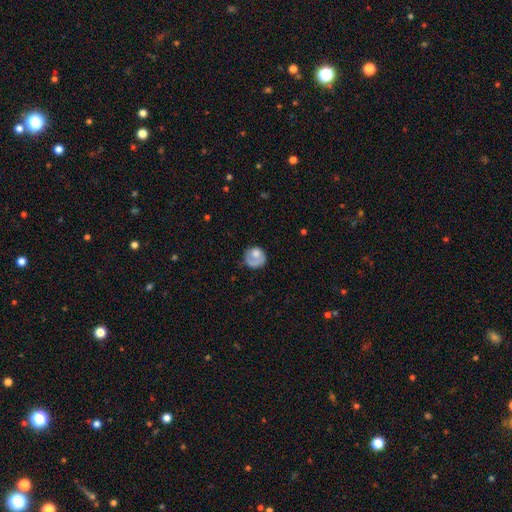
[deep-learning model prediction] Smooth or featured? Predicted: smooth (p=0.61). How rounded? Predicted: round (p=0.78). Merging? Predicted: none (p=0.52).